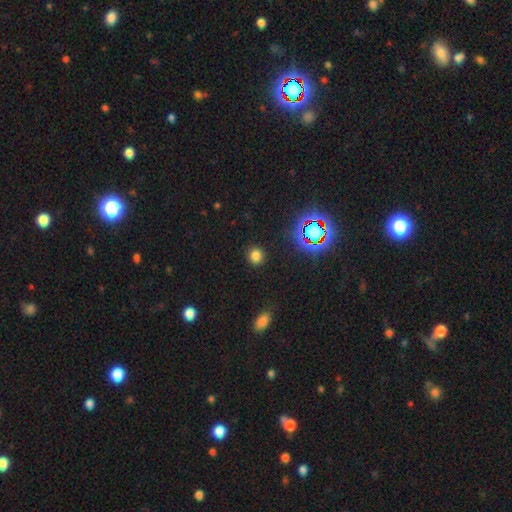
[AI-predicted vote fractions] smooth 76%, star or artifact 19%, featured or disk 5%. Down the decision tree: how rounded — round (88%); merging — none (90%).